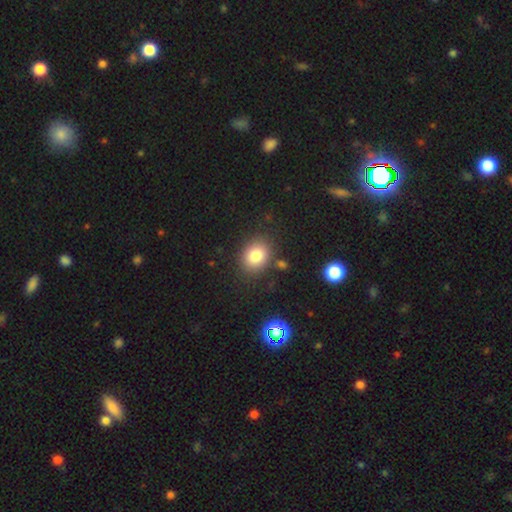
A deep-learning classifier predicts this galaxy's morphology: A smooth galaxy with no disk features (82%) that is in between round and cigar-shaped (51%). Merging: none (82%).